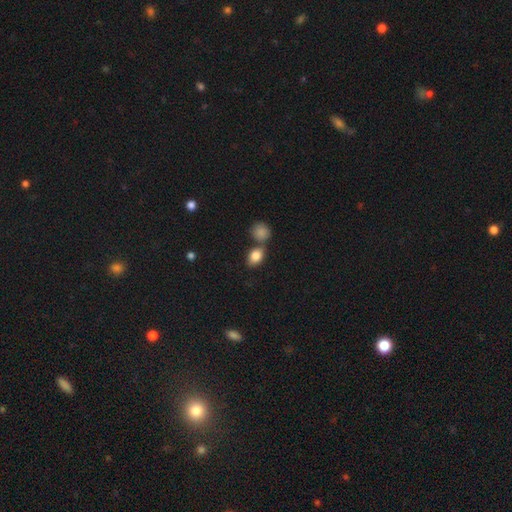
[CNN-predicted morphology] Smooth or featured? smooth (85%)
How rounded? in between (76%)
Merging? none (57%)